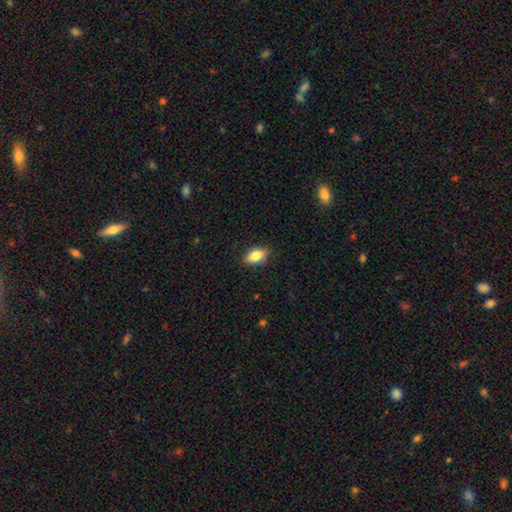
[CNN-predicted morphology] Q: Smooth or featured?
A: smooth (84%); runner-up: featured or disk (9%)
Q: How rounded?
A: in between (89%); runner-up: round (7%)
Q: Merging?
A: none (86%); runner-up: minor disturbance (11%)